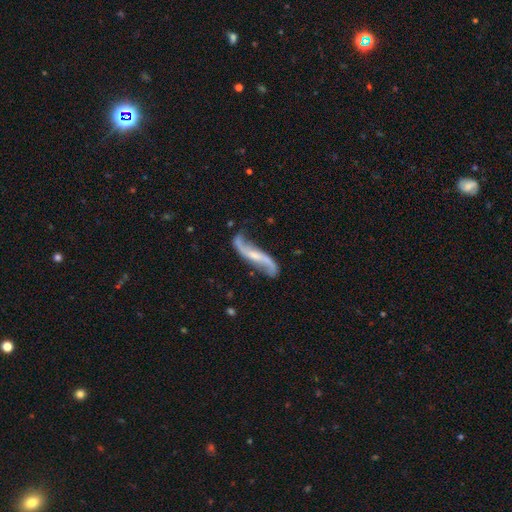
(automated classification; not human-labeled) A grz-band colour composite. It shows a featured or disk galaxy (86%) with no bar (39%), 2 (93%) loose (87%) spiral arms (95%) and a small central bulge (50%). Merging: none (70%).